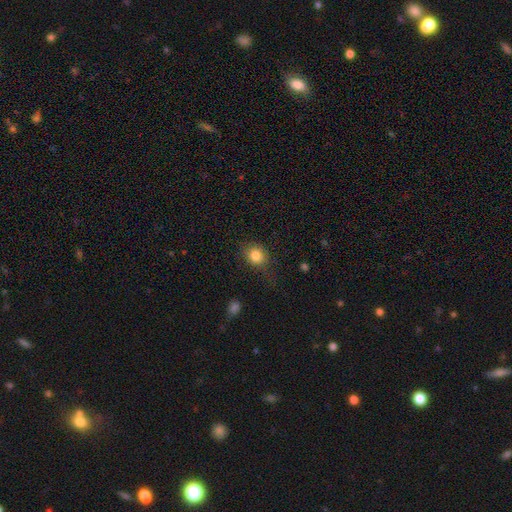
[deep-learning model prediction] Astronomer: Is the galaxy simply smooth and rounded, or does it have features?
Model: smooth — 81%.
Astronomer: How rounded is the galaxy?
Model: round — 70%.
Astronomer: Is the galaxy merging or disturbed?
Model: none — 69%.